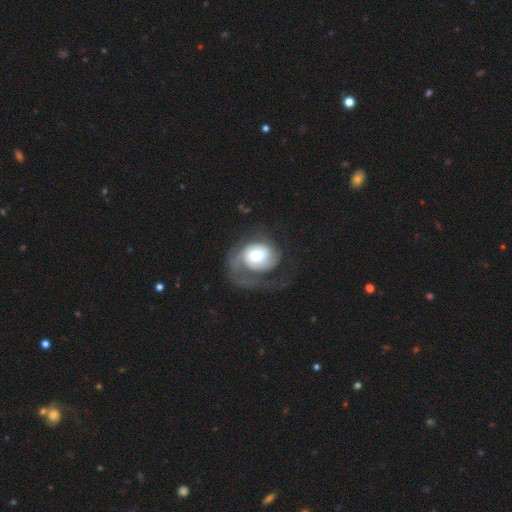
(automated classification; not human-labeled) Smooth or featured: featured or disk — 66% (smooth — 28%)
Edge-on disk: no — 97% (yes — 3%)
Bar: no — 70% (weak — 24%)
Spiral arms: yes — 84% (no — 16%)
Spiral winding: medium — 36% (loose — 32%)
Spiral arm count: 1 — 60% (2 — 23%)
Bulge size: moderate — 50% (large — 23%)
Merging: major disturbance — 47% (none — 35%)